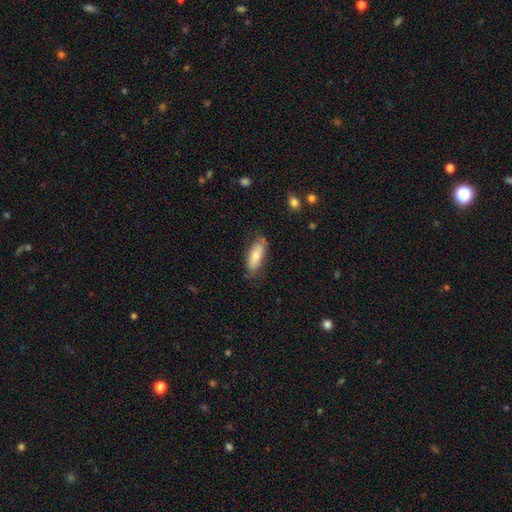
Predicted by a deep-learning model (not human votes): smooth 73%, featured or disk 21%, star or artifact 6%. Down the decision tree: how rounded — in between (68%); merging — none (72%).